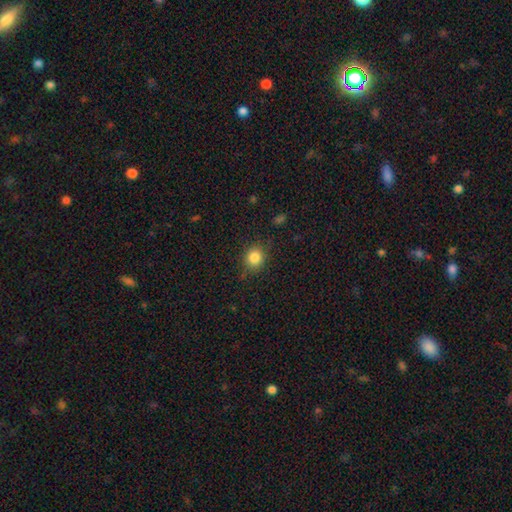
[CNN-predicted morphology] smooth_or_featured: smooth (p=0.83) [alt: star or artifact p=0.12]
how_rounded: round (p=0.83) [alt: in between p=0.16]
merging: none (p=0.85) [alt: minor disturbance p=0.11]